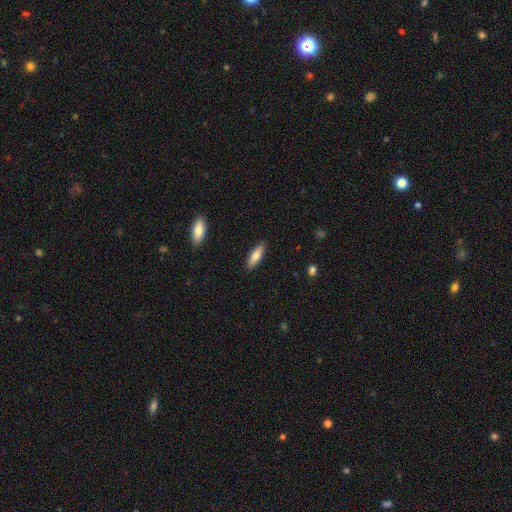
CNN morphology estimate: smooth_or_featured: smooth (p=0.75) [alt: featured or disk p=0.19]
how_rounded: in between (p=0.54) [alt: cigar-shaped p=0.44]
merging: none (p=0.88) [alt: minor disturbance p=0.09]